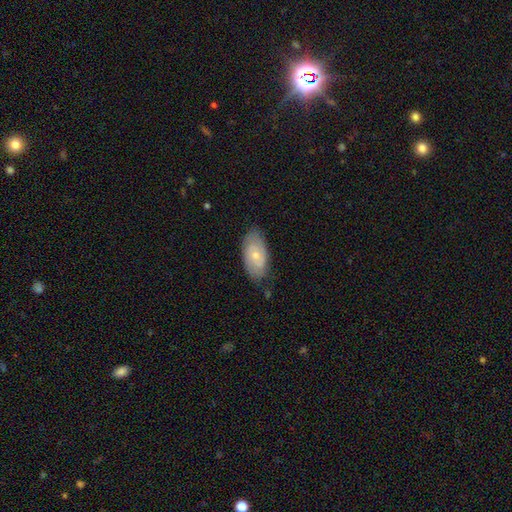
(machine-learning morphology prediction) smooth-or-featured: featured or disk: 58% | smooth: 36% | star or artifact: 6%
  disk-edge-on: no: 93% | yes: 7%
    bar: no: 70% | weak: 26% | strong: 4%
    has-spiral-arms: yes: 80% | no: 20%
    bulge-size: small: 55% | moderate: 41% | large: 1% | none: 1% | dominant: 1%
  merging: none: 77% | minor disturbance: 18% | major disturbance: 4% | merger: 1%